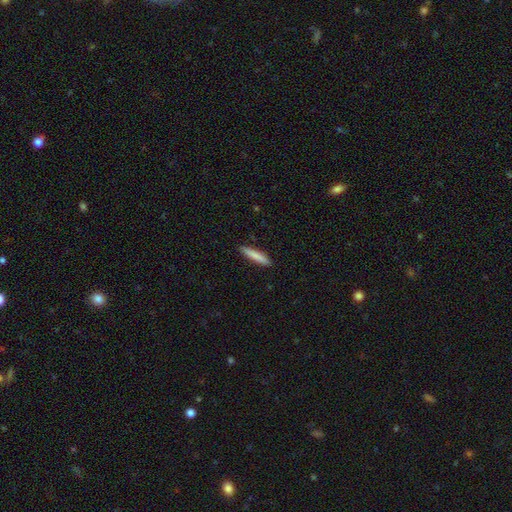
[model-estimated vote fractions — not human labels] smooth 82%, featured or disk 12%, star or artifact 6%. Down the decision tree: how rounded — cigar-shaped (91%); merging — none (91%).